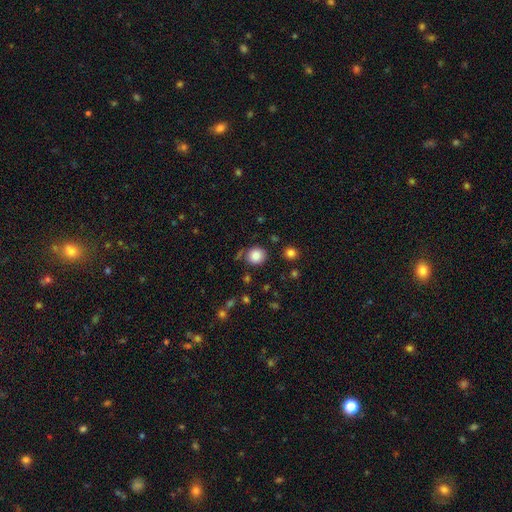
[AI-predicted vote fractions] The model was most divided on "merging": none: 81%, minor disturbance: 11%, merger: 5%, major disturbance: 4%. More confident: how rounded — round (86%); smooth or featured — smooth (85%).